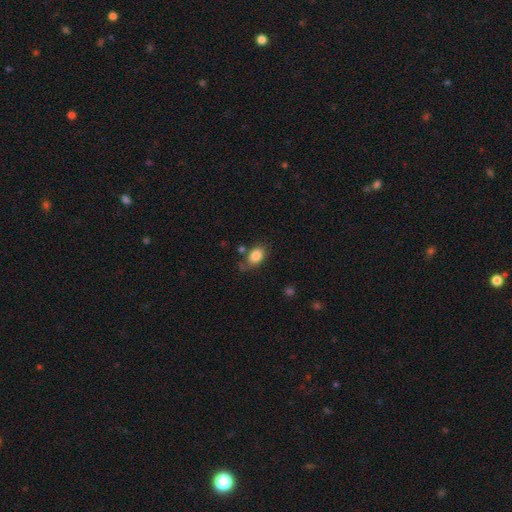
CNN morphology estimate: Smooth or featured? Predicted: smooth (p=0.85). How rounded? Predicted: in between (p=0.80). Merging? Predicted: none (p=0.67).